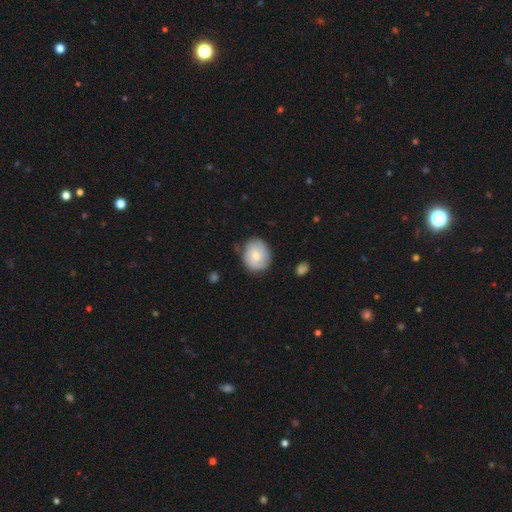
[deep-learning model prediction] Morphology: type=smooth (54%); roundness=round (70%); merging=none (74%).